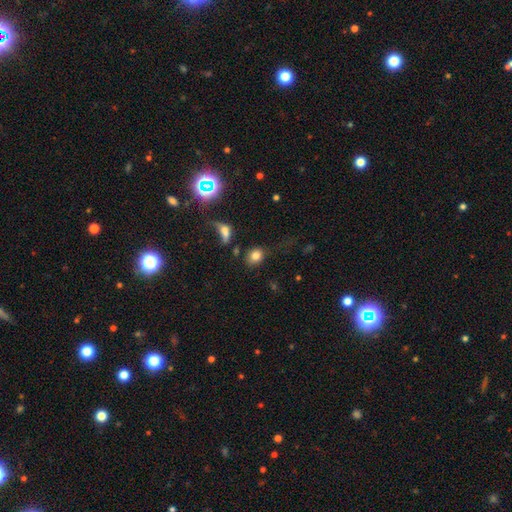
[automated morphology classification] Smooth or featured: smooth — 79% (star or artifact — 11%)
How rounded: in between — 50% (round — 49%)
Merging: none — 64% (minor disturbance — 16%)